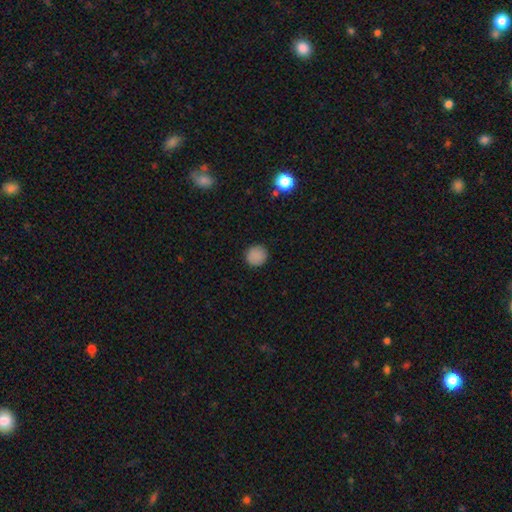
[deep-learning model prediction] Morphology: type=smooth (87%); roundness=round (94%); merging=none (92%).